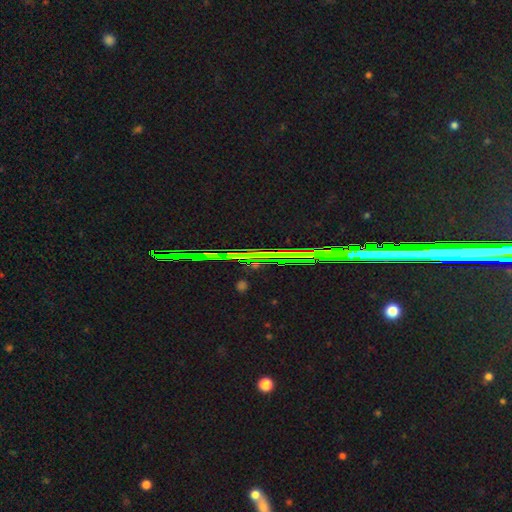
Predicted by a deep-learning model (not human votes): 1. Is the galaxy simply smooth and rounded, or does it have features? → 82% star or artifact, 11% featured or disk, 8% smooth.